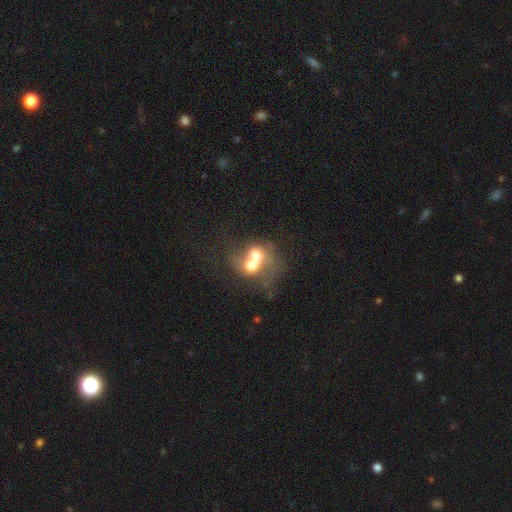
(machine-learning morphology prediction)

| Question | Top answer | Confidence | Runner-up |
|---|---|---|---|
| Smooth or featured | smooth | 48% | featured or disk (43%) |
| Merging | merger | 77% | none (10%) |